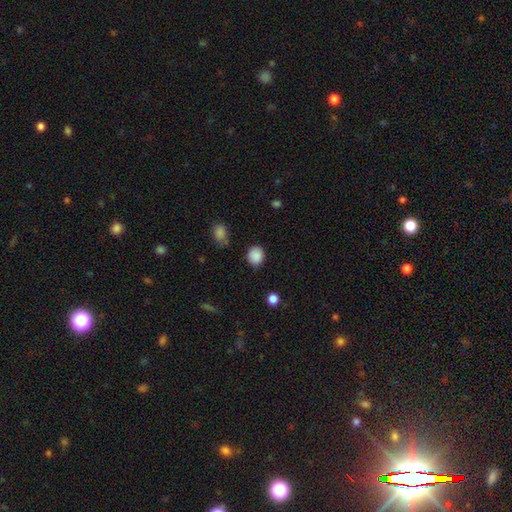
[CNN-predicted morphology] This is clearly a smooth galaxy (88%). How rounded: likely round (70%). Merging: clearly none (82%).